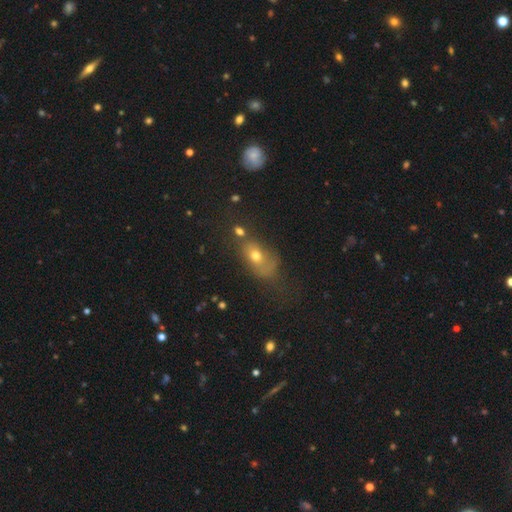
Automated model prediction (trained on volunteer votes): Smooth or featured? smooth (56%)
How rounded? in between (67%)
Merging? none (51%)